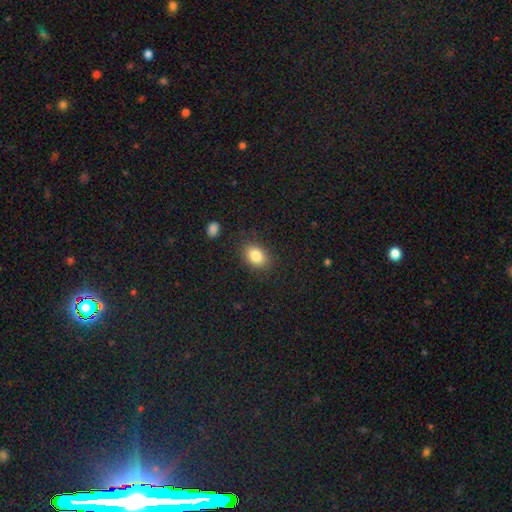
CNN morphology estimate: This appears to be a smooth galaxy with no disk features (84%) that is in between round and cigar-shaped (78%). Merging: none (84%).